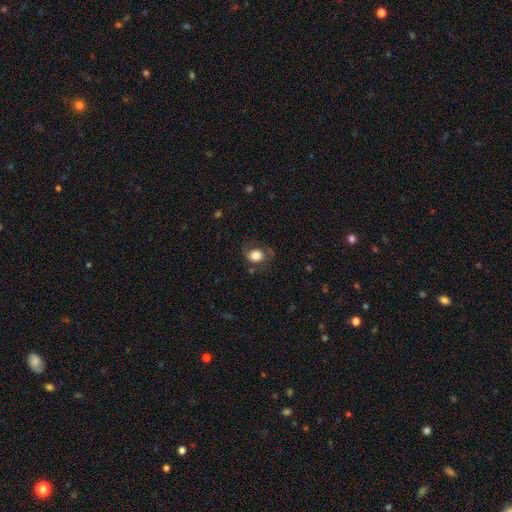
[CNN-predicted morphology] This is likely a smooth galaxy (75%). How rounded: possibly round (51%). Merging: likely none (61%).